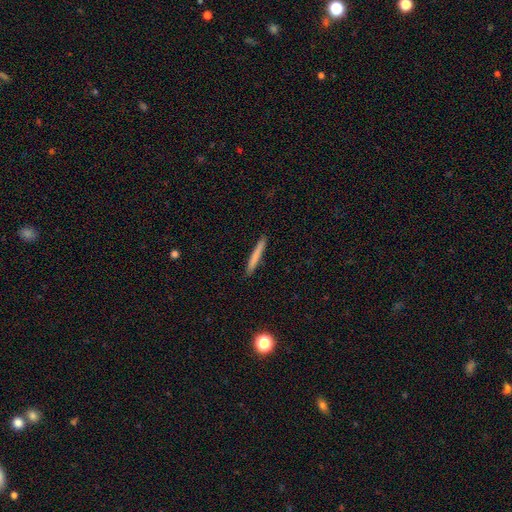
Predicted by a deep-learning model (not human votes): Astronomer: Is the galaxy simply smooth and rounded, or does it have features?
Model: smooth — 74%.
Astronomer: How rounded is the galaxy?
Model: cigar-shaped — 97%.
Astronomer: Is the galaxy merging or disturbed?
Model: none — 91%.